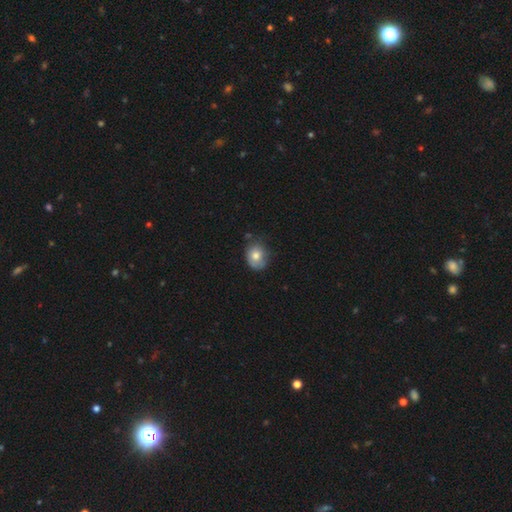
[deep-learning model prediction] smooth_or_featured: smooth (p=0.75) [alt: featured or disk p=0.17]
how_rounded: round (p=0.55) [alt: in between p=0.44]
merging: none (p=0.59) [alt: minor disturbance p=0.30]